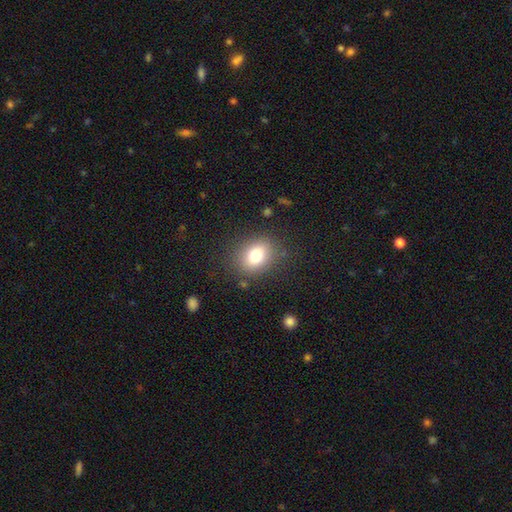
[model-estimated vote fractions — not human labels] Smooth or featured? smooth (78%)
How rounded? round (51%)
Merging? none (83%)